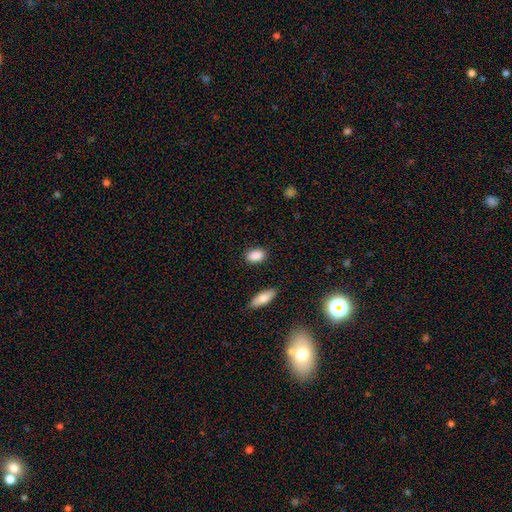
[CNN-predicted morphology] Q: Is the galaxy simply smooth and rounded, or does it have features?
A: smooth — 89%.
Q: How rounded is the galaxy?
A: in between — 85%.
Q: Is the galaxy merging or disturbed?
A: none — 87%.